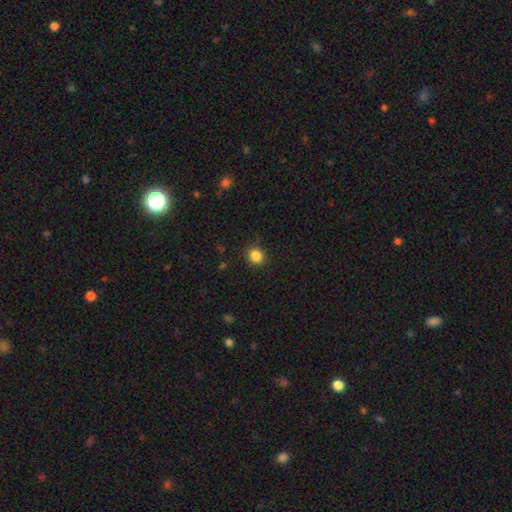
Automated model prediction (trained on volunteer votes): Morphology: type=smooth (85%); roundness=round (82%); merging=none (89%).